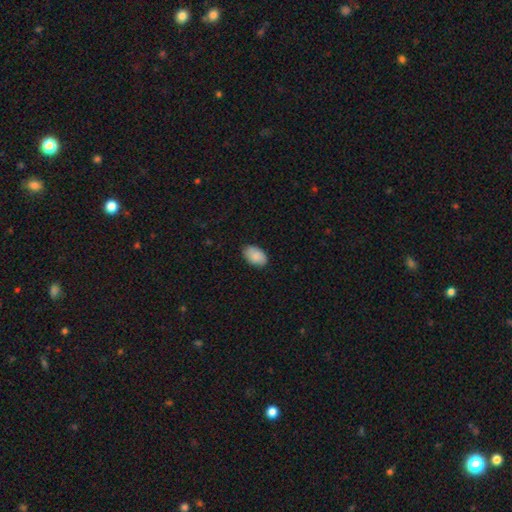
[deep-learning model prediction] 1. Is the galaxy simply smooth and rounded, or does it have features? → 89% smooth, 6% star or artifact, 5% featured or disk.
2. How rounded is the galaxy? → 92% in between, 7% round, 1% cigar-shaped.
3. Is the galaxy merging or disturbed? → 86% none, 11% minor disturbance, 2% major disturbance, 1% merger.